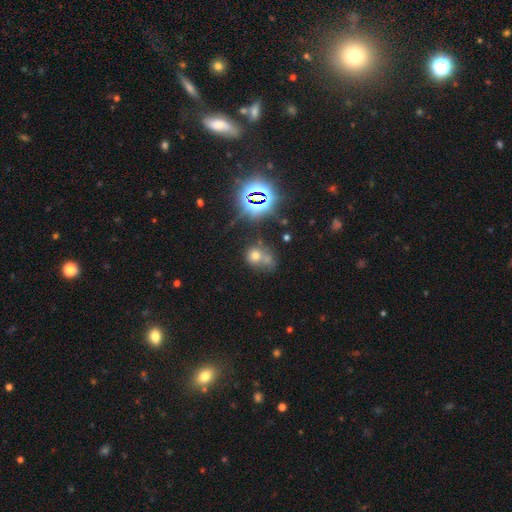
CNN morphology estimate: Overall: smooth (58%; star or artifact 27%). How rounded: round (67%; in between 31%). Merging: merger (43%; none 35%).